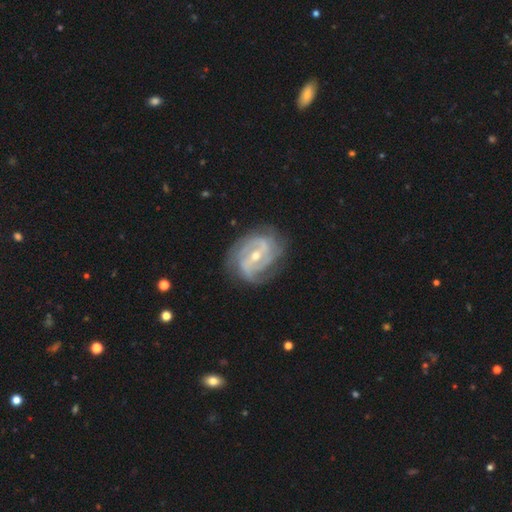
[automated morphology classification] A featured or disk galaxy (90%) with a weak bar (43%), 2 (34%) tight (51%) spiral arms (97%) and a small central bulge (49%). Merging: none (74%).